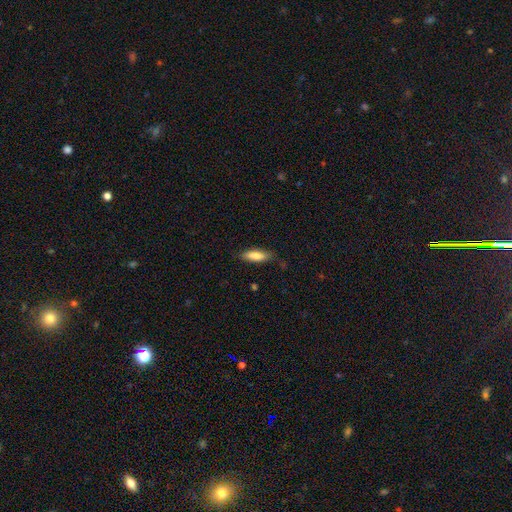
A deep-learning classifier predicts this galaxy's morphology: Q: Smooth or featured?
A: smooth (83%); runner-up: featured or disk (11%)
Q: How rounded?
A: in between (52%); runner-up: cigar-shaped (46%)
Q: Merging?
A: none (79%); runner-up: minor disturbance (16%)